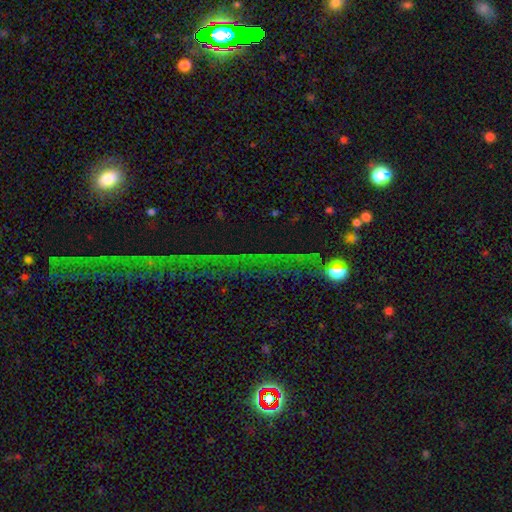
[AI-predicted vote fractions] Smooth or featured: star or artifact — 72% (featured or disk — 14%)